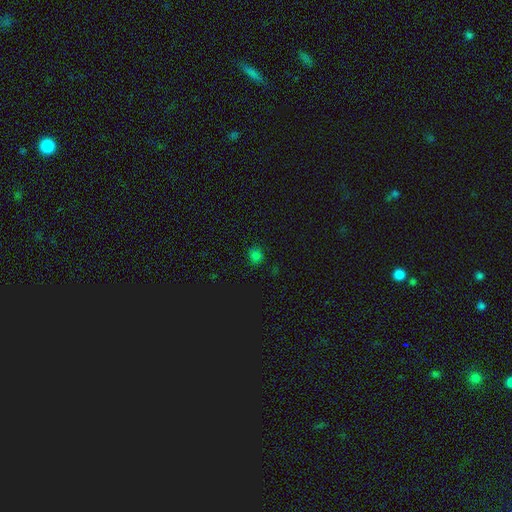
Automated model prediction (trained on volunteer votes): smooth-or-featured: smooth: 75% | star or artifact: 21% | featured or disk: 3%
  how-rounded: round: 83% | in between: 16% | cigar-shaped: 1%
  merging: none: 86% | minor disturbance: 10% | major disturbance: 3% | merger: 2%